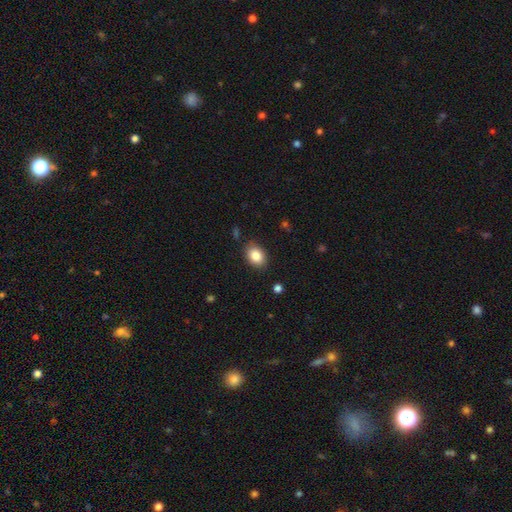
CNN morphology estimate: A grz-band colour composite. It shows a smooth galaxy with no disk features (86%) that is in between round and cigar-shaped (73%). Merging: none (84%).